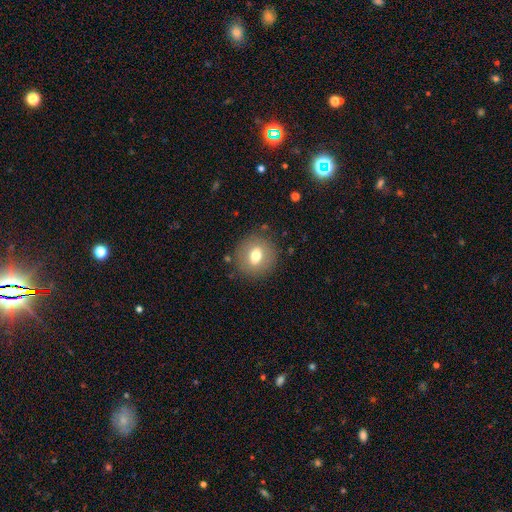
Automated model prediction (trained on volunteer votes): A smooth galaxy with no disk features (68%) that is round (79%). Merging: none (84%).